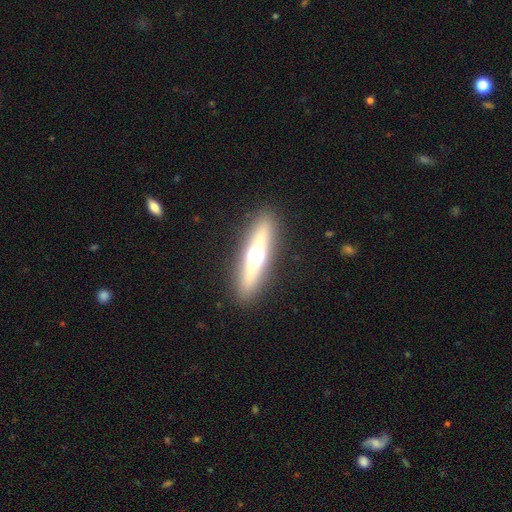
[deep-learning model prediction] This is possibly a featured or disk galaxy (55%). It is clearly viewed edge-on (89%). Merging: clearly none (89%).